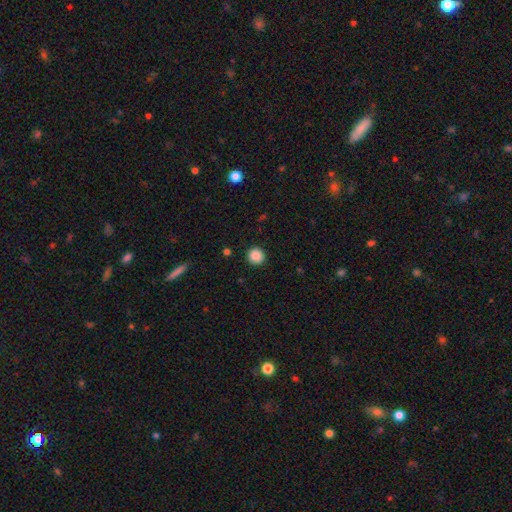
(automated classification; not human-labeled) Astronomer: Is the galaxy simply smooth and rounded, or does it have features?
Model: smooth — 88%.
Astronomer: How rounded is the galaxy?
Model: round — 93%.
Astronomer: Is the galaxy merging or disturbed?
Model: none — 92%.